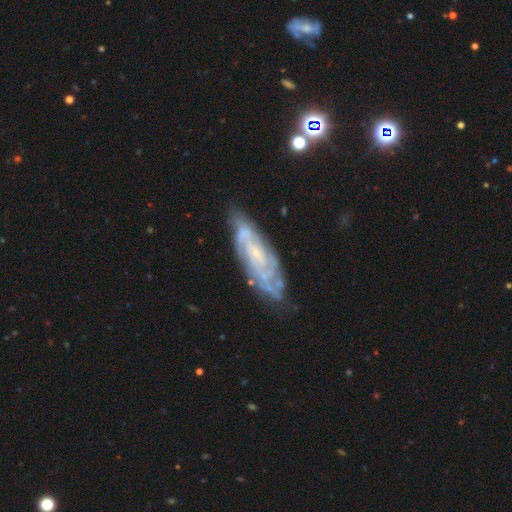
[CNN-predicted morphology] smooth-or-featured: featured or disk: 72% | smooth: 19% | star or artifact: 9%
  disk-edge-on: no: 76% | yes: 24%
    bar: no: 66% | weak: 27% | strong: 7%
    has-spiral-arms: yes: 81% | no: 19%
    bulge-size: small: 64% | moderate: 20% | none: 13% | large: 2% | dominant: 1%
  merging: none: 72% | minor disturbance: 19% | major disturbance: 6% | merger: 3%